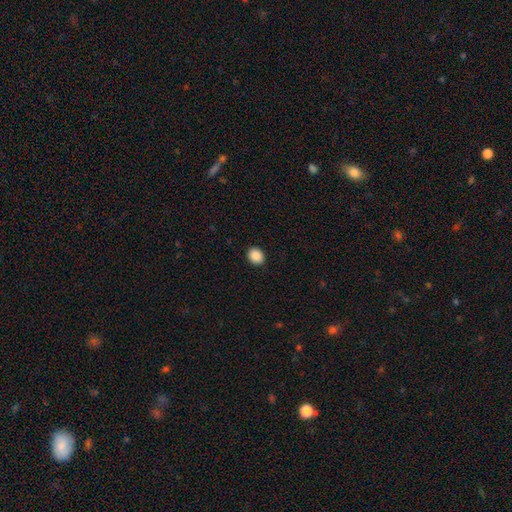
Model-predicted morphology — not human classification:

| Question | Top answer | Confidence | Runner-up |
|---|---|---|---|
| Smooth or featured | smooth | 89% | star or artifact (8%) |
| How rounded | round | 62% | in between (37%) |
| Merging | none | 91% | minor disturbance (6%) |